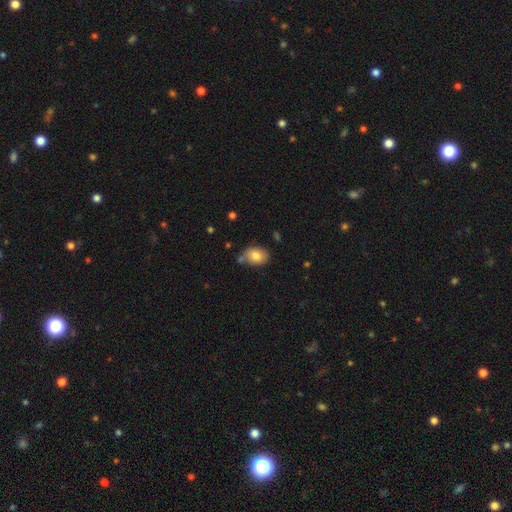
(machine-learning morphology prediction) This appears to be a smooth galaxy with no disk features (82%) that is in between round and cigar-shaped (77%). Merging: none (72%).